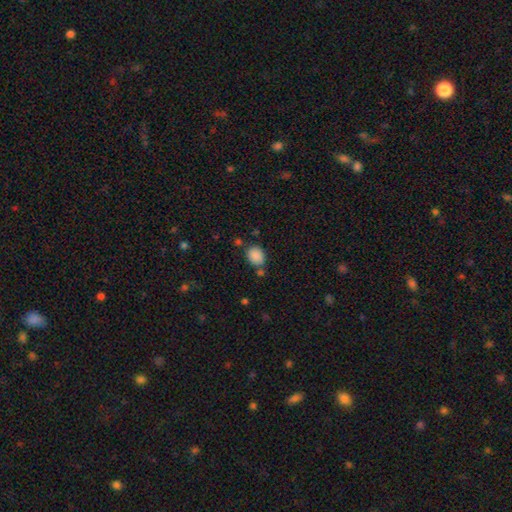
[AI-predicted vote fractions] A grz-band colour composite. It shows a smooth galaxy with no disk features (87%) that is in between round and cigar-shaped (54%). Merging: none (69%).